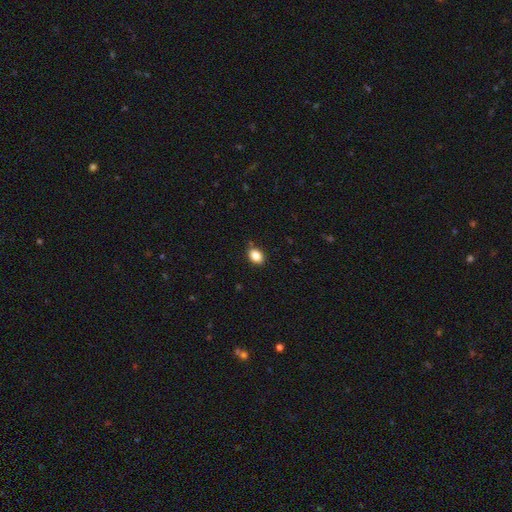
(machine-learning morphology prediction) This appears to be a smooth galaxy with no disk features (86%) that is in between round and cigar-shaped (74%). Merging: none (85%).